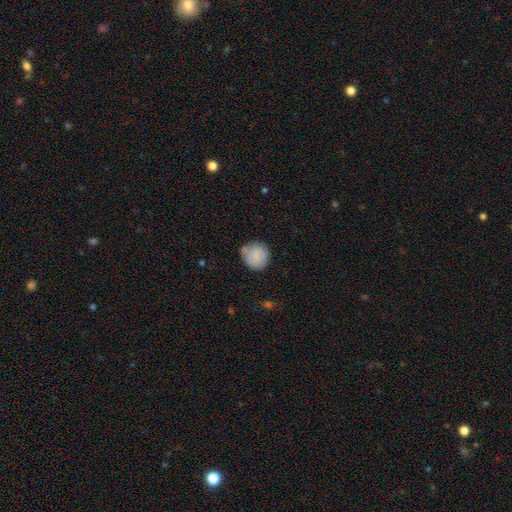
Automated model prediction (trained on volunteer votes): Smooth or featured? Predicted: smooth (p=0.83). How rounded? Predicted: round (p=0.90). Merging? Predicted: none (p=0.64).